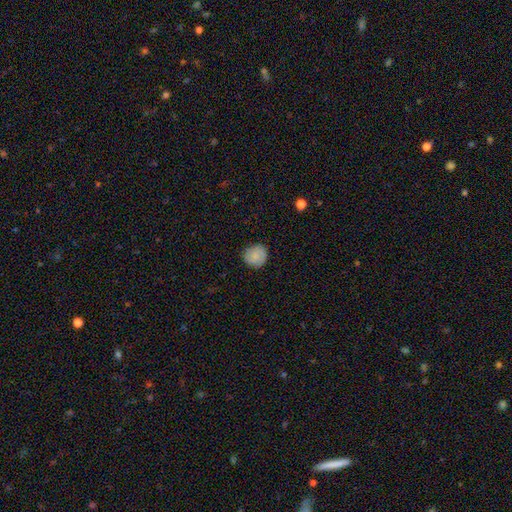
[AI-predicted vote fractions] Q: Smooth or featured?
A: smooth (80%); runner-up: featured or disk (12%)
Q: How rounded?
A: round (88%); runner-up: in between (11%)
Q: Merging?
A: none (84%); runner-up: minor disturbance (12%)